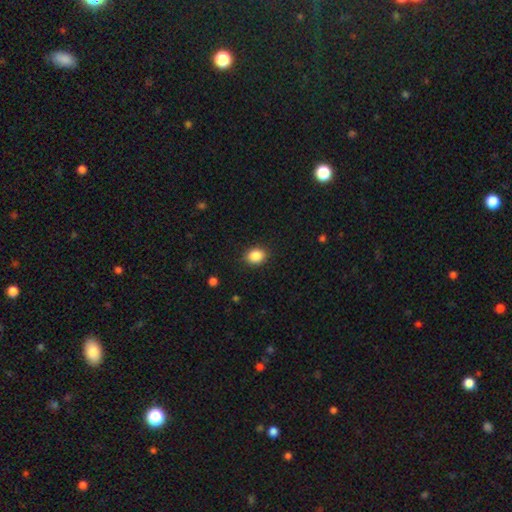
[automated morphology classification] Smooth or featured? Predicted: smooth (p=0.88). How rounded? Predicted: in between (p=0.52). Merging? Predicted: none (p=0.88).